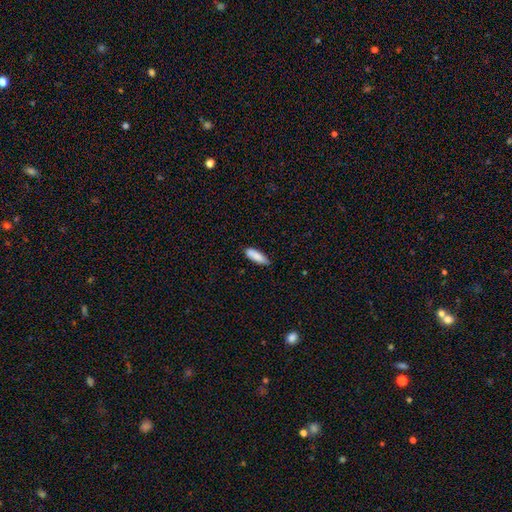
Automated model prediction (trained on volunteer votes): Smooth or featured?
  - smooth: 86% *
  - featured or disk: 7%
  - star or artifact: 6%
How rounded?
  - in between: 54% *
  - cigar-shaped: 44%
  - round: 2%
Merging?
  - none: 76% *
  - minor disturbance: 19%
  - major disturbance: 3%
  - merger: 2%